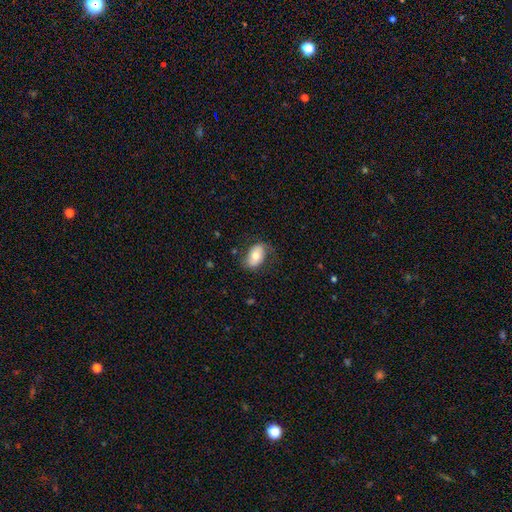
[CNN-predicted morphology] A smooth galaxy with no disk features (64%) that is in between round and cigar-shaped (89%). Merging: none (68%).